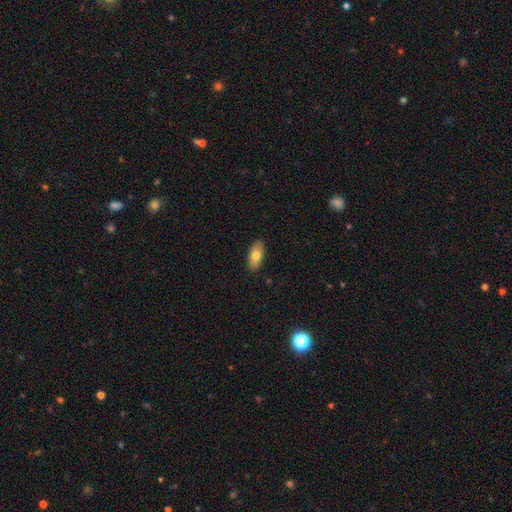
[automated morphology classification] smooth-or-featured: smooth: 74% | featured or disk: 19% | star or artifact: 6%
  how-rounded: in between: 86% | cigar-shaped: 11% | round: 3%
  merging: none: 89% | minor disturbance: 8% | major disturbance: 2% | merger: 1%